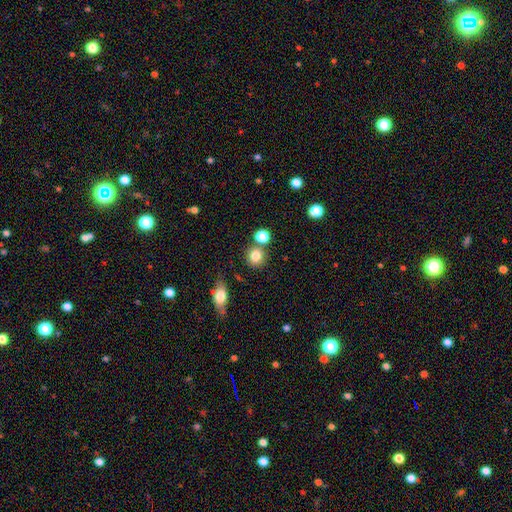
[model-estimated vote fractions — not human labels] Overall: smooth (81%). How rounded: round (87%). Merging: none (74%).